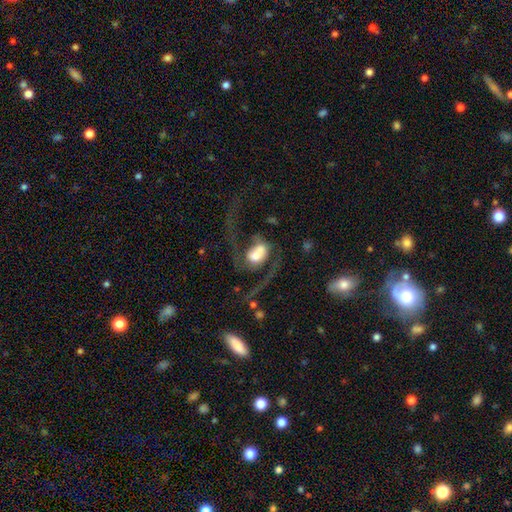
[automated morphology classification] smooth-or-featured: featured or disk: 64% | smooth: 27% | star or artifact: 8%
  disk-edge-on: no: 96% | yes: 4%
    bar: no: 56% | weak: 29% | strong: 15%
    has-spiral-arms: yes: 78% | no: 22%
    bulge-size: moderate: 41% | large: 34% | small: 12% | dominant: 10% | none: 3%
  merging: major disturbance: 45% | none: 29% | merger: 15% | minor disturbance: 12%